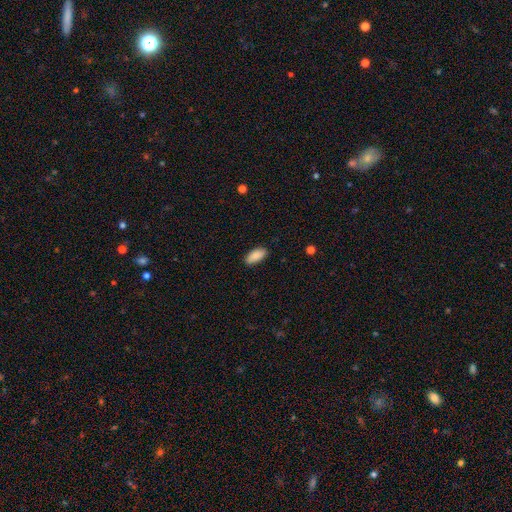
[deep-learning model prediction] Smooth or featured?
  - smooth: 87% *
  - star or artifact: 6%
  - featured or disk: 6%
How rounded?
  - in between: 90% *
  - cigar-shaped: 8%
  - round: 2%
Merging?
  - none: 87% *
  - minor disturbance: 10%
  - major disturbance: 2%
  - merger: 1%